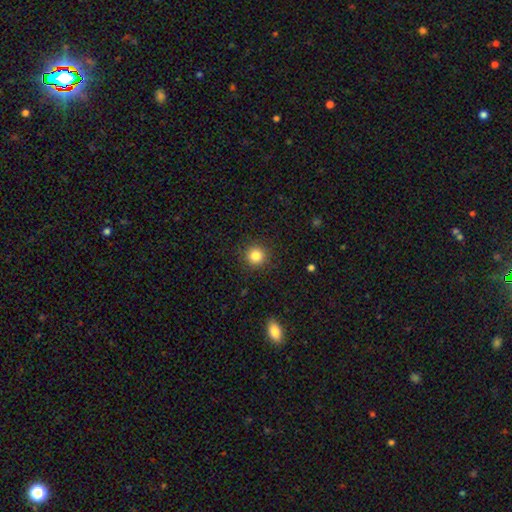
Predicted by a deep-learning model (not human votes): Smooth or featured? smooth (84%)
How rounded? round (94%)
Merging? none (91%)